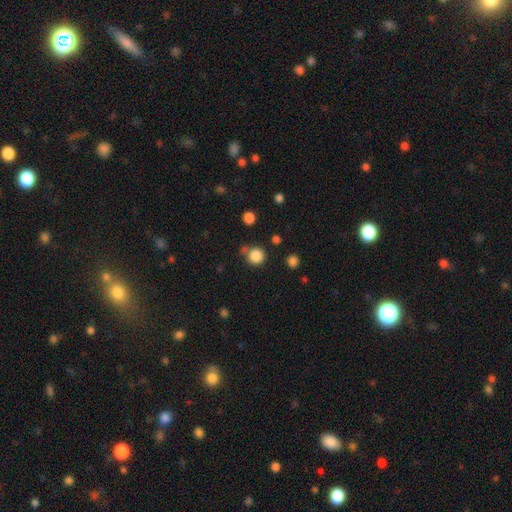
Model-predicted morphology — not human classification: Smooth or featured? Predicted: smooth (p=0.85). How rounded? Predicted: round (p=0.93). Merging? Predicted: none (p=0.73).